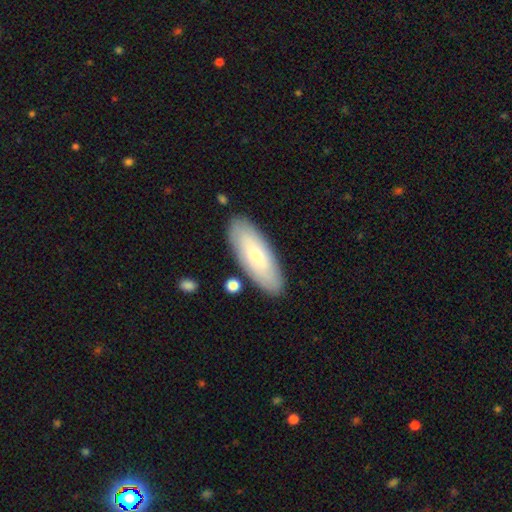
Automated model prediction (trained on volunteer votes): Smooth or featured: smooth — 61% (featured or disk — 33%)
How rounded: in between — 71% (cigar-shaped — 27%)
Merging: none — 84% (minor disturbance — 11%)